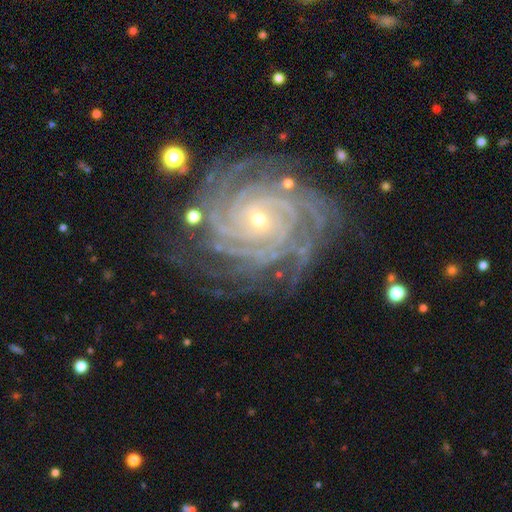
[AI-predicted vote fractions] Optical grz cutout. It shows a featured or disk galaxy (90%) with no bar (67%), more than 4 (26%) tight (84%) spiral arms (98%) and a small central bulge (77%). Merging: none (80%).